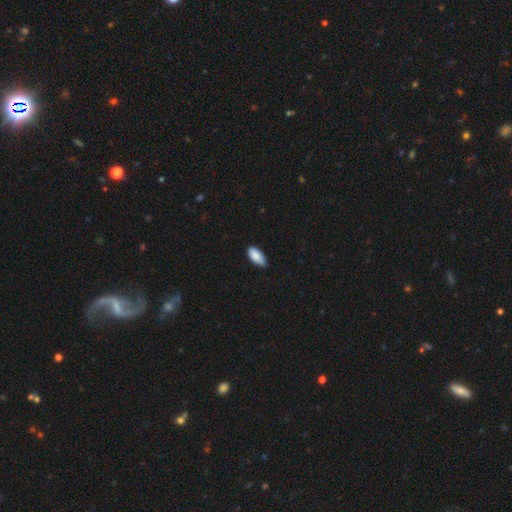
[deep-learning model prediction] This is clearly a smooth galaxy (89%). How rounded: clearly in between (93%). Merging: likely none (76%).